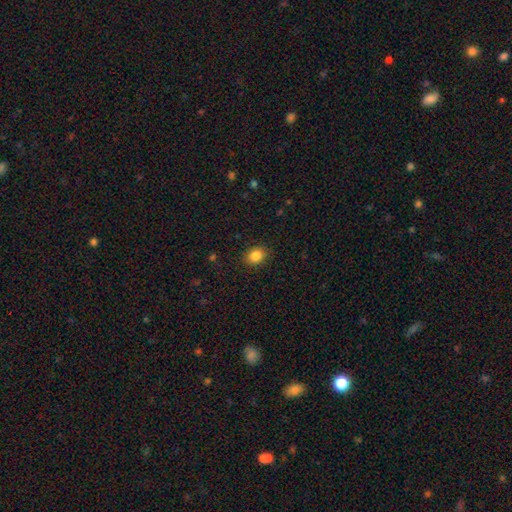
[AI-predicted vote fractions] smooth-or-featured: smooth: 85% | star or artifact: 10% | featured or disk: 5%
  how-rounded: in between: 53% | round: 46% | cigar-shaped: 1%
  merging: none: 88% | minor disturbance: 9% | major disturbance: 2% | merger: 1%